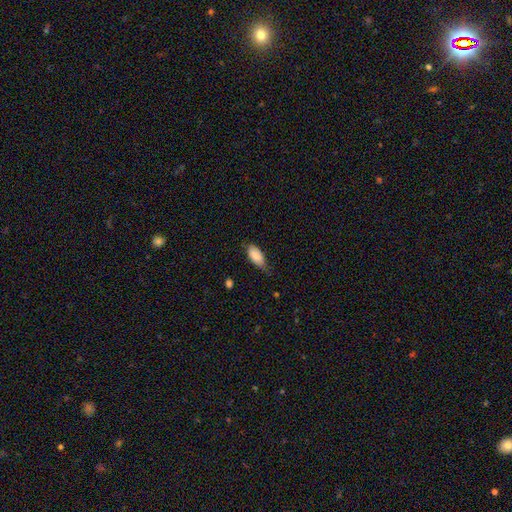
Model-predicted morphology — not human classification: Smooth or featured: smooth — 84% (featured or disk — 10%)
How rounded: in between — 90% (cigar-shaped — 8%)
Merging: none — 55% (minor disturbance — 36%)